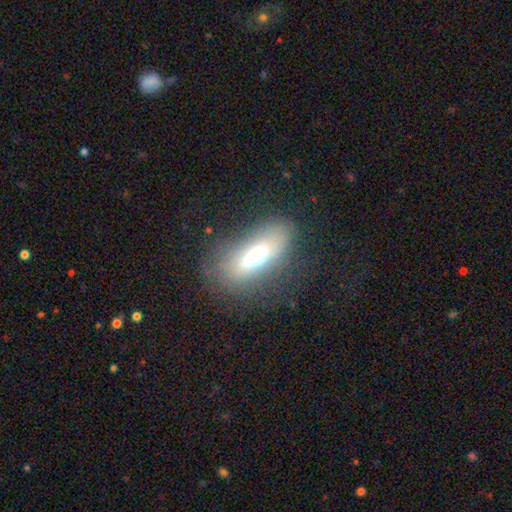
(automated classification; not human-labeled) Q: Smooth or featured?
A: smooth (62%); runner-up: featured or disk (28%)
Q: How rounded?
A: in between (70%); runner-up: cigar-shaped (26%)
Q: Merging?
A: none (70%); runner-up: minor disturbance (18%)